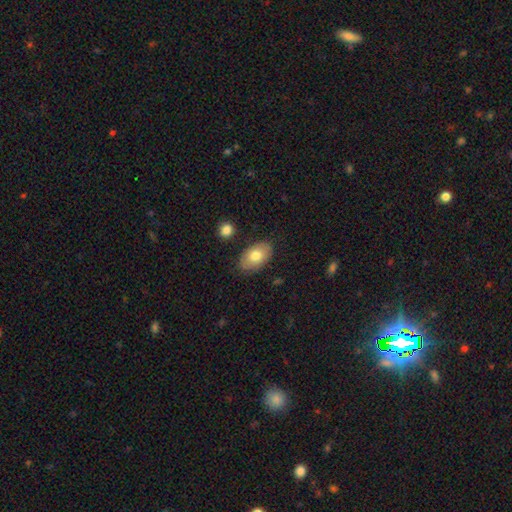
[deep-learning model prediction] A smooth galaxy with no disk features (75%) that is in between round and cigar-shaped (92%).

Vote fractions:
- Smooth or featured? smooth: 75% / featured or disk: 18% / star or artifact: 6%
- How rounded? in between: 92% / round: 7% / cigar-shaped: 1%
- Merging? none: 83% / minor disturbance: 12% / major disturbance: 3% / merger: 2%